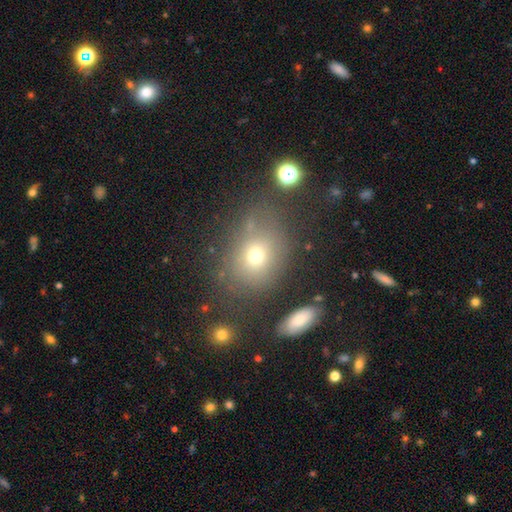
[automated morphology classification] Smooth or featured? Predicted: smooth (p=0.67). How rounded? Predicted: round (p=0.54). Merging? Predicted: none (p=0.68).